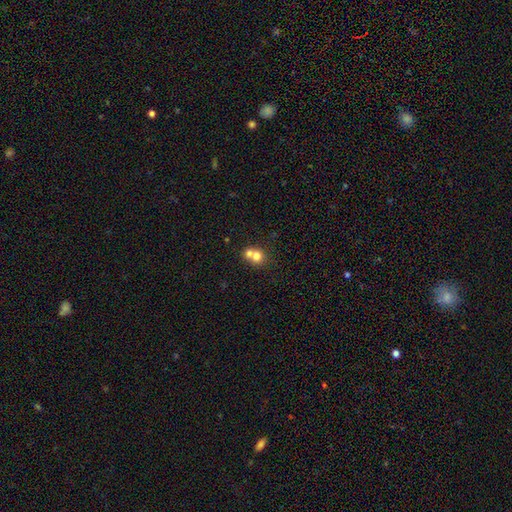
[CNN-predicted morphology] Smooth or featured? Predicted: smooth (p=0.73). How rounded? Predicted: round (p=0.78). Merging? Predicted: merger (p=0.62).